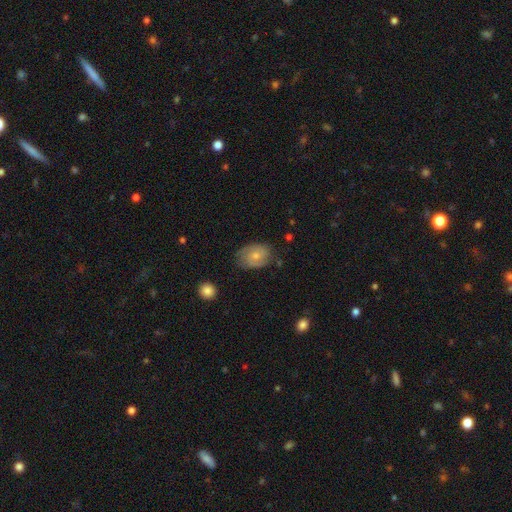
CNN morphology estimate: Overall: featured or disk (57%; smooth 35%). Edge-on disk: no (97%). Bar: no (66%; weak 30%). Spiral arms: yes (87%). Bulge size: small (50%; moderate 43%). Merging: none (71%).